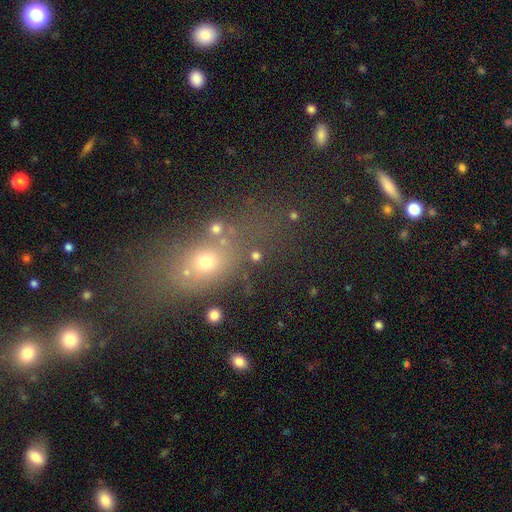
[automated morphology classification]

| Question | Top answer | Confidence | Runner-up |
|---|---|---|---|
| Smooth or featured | smooth | 68% | star or artifact (22%) |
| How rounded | round | 77% | in between (21%) |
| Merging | none | 69% | merger (12%) |